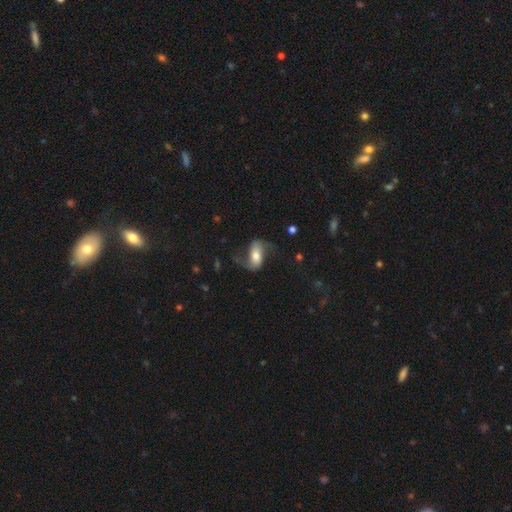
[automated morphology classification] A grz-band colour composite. It shows a featured or disk galaxy (65%) with no bar (35%), 2 (91%) loose (74%) spiral arms (91%) and a moderate central bulge (55%). Merging: none (63%).